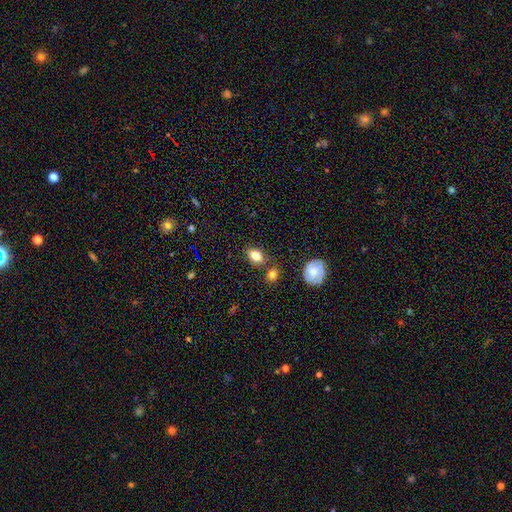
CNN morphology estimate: Smooth or featured?
  - smooth: 80% *
  - featured or disk: 11%
  - star or artifact: 9%
How rounded?
  - in between: 78% *
  - round: 19%
  - cigar-shaped: 2%
Merging?
  - none: 74% *
  - minor disturbance: 13%
  - merger: 10%
  - major disturbance: 3%